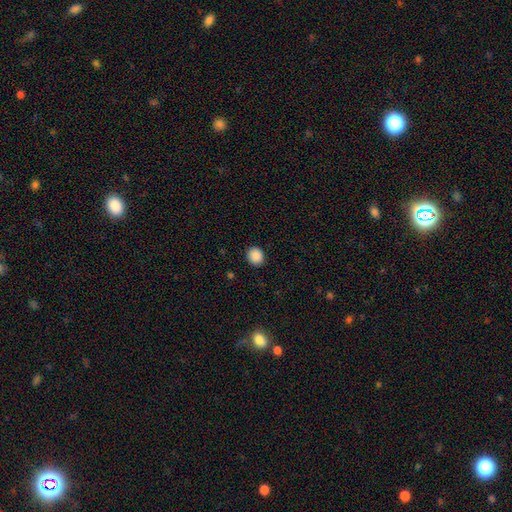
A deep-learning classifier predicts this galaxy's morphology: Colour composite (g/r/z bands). It shows a smooth galaxy with no disk features (89%) that is round (77%). Merging: none (91%).